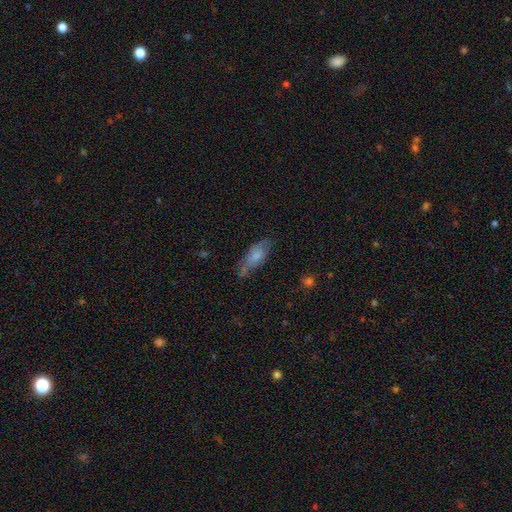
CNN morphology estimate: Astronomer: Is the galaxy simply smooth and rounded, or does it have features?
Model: smooth — 68%.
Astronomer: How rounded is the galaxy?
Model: in between — 69%.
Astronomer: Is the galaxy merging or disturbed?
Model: none — 57%.